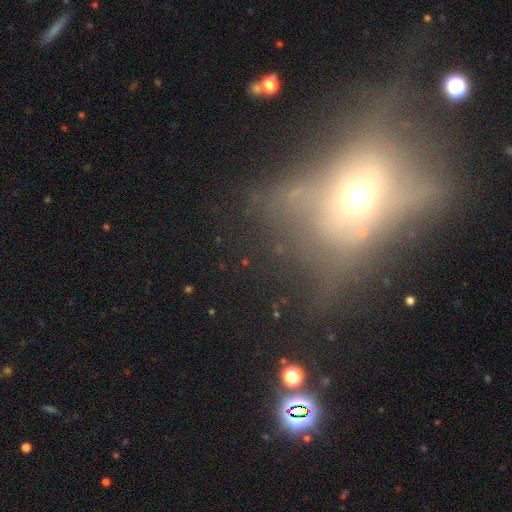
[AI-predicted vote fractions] A featured or disk galaxy (39%). Merging: none (40%).